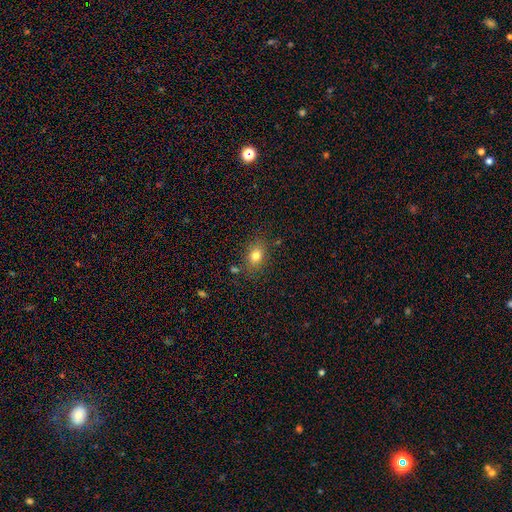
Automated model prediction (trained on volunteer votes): Q: Smooth or featured?
A: smooth (78%); runner-up: star or artifact (12%)
Q: How rounded?
A: in between (65%); runner-up: round (33%)
Q: Merging?
A: none (79%); runner-up: minor disturbance (13%)